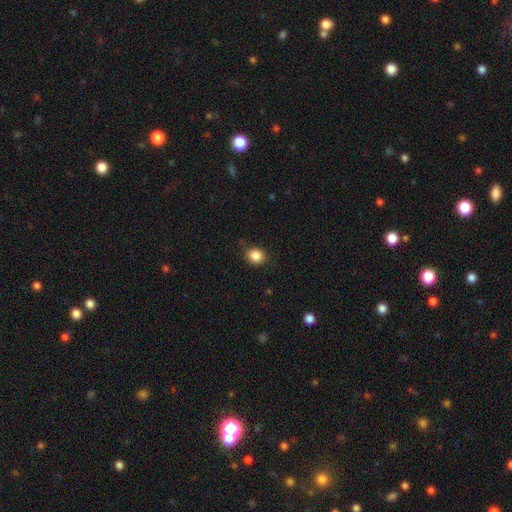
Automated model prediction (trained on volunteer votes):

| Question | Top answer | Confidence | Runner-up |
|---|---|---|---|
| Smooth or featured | smooth | 86% | star or artifact (10%) |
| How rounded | round | 71% | in between (28%) |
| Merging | none | 82% | minor disturbance (14%) |